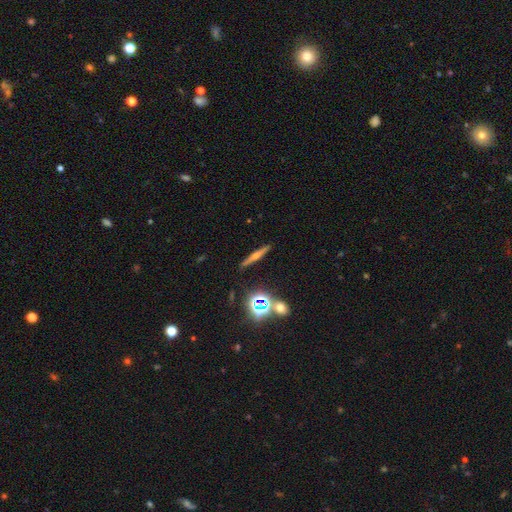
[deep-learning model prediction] Smooth or featured? Predicted: featured or disk (p=0.53). Edge-on disk? Predicted: yes (p=0.94). Edge-on bulge? Predicted: rounded (p=0.79). Merging? Predicted: none (p=0.89).